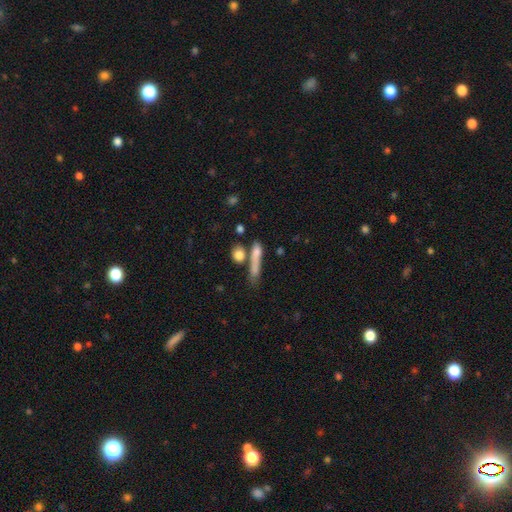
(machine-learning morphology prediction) smooth-or-featured: smooth: 71% | featured or disk: 20% | star or artifact: 9%
  how-rounded: cigar-shaped: 67% | in between: 22% | round: 11%
  merging: none: 49% | merger: 24% | minor disturbance: 16% | major disturbance: 11%